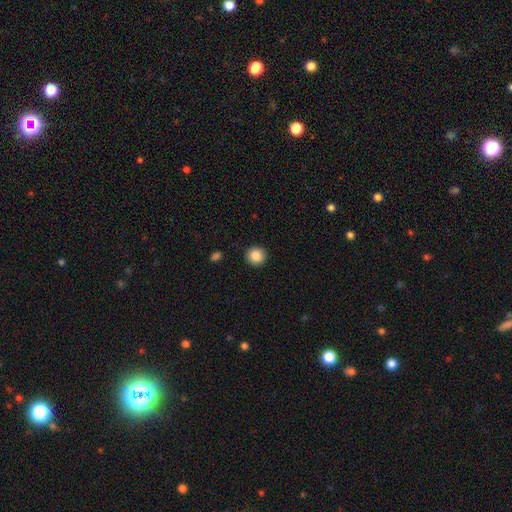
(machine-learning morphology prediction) The model was most divided on "smooth or featured": smooth: 87%, star or artifact: 9%, featured or disk: 5%. More confident: how rounded — round (94%); merging — none (92%).